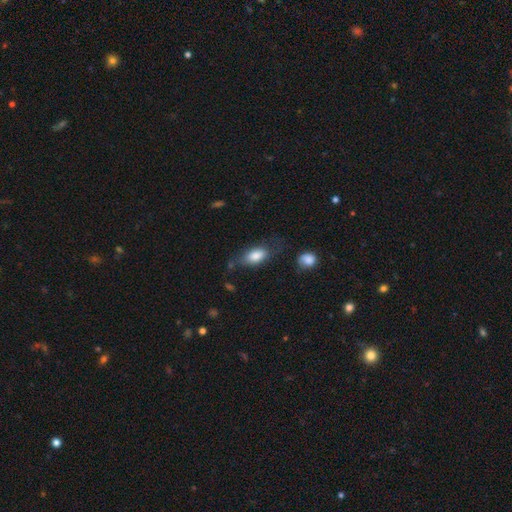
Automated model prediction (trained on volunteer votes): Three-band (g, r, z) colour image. It shows a smooth galaxy with no disk features (82%) that is in between round and cigar-shaped (89%). Merging: none (55%).